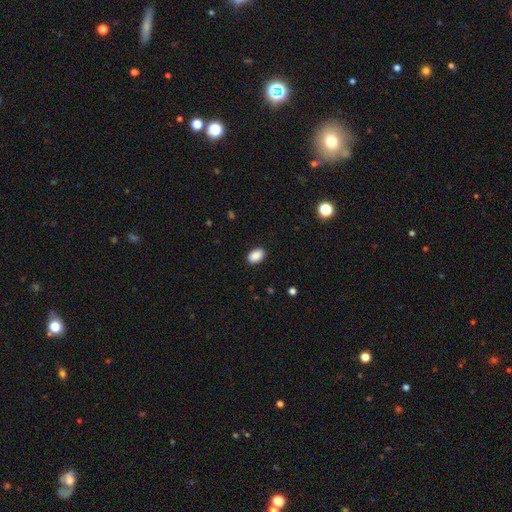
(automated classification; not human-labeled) This is clearly a smooth galaxy (90%). How rounded: clearly in between (89%). Merging: clearly none (89%).